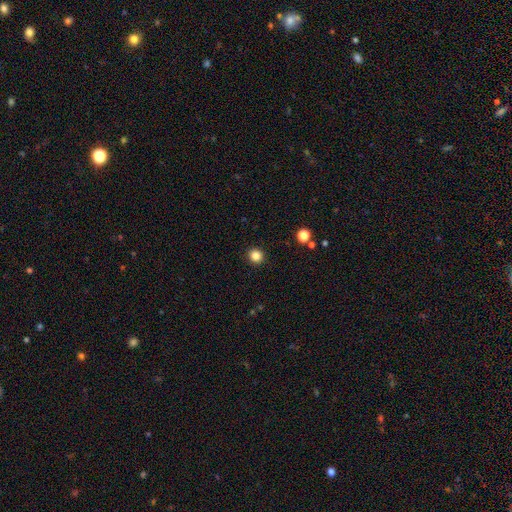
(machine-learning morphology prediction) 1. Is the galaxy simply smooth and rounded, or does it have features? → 84% smooth, 12% star or artifact, 4% featured or disk.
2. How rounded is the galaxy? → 90% round, 9% in between, 1% cigar-shaped.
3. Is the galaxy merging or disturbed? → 93% none, 5% minor disturbance, 2% major disturbance, 1% merger.